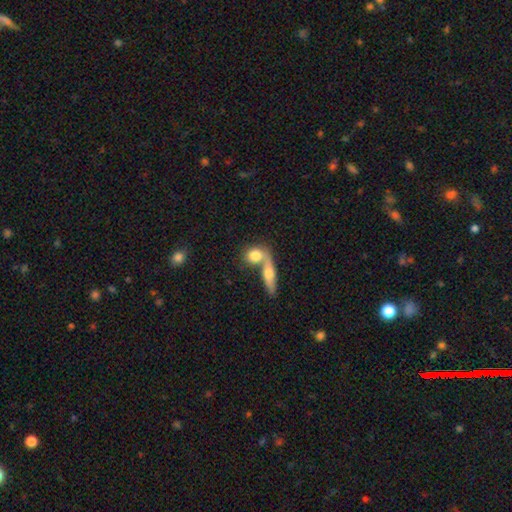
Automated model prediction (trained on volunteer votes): Morphology: type=smooth (74%); roundness=round (45%, tied with in between); merging=merger (55%).